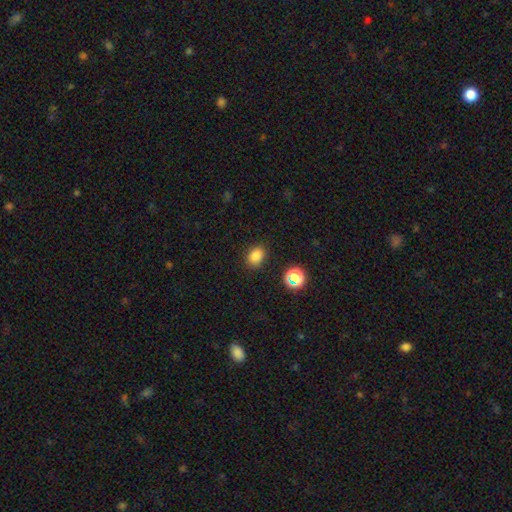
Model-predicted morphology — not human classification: Smooth or featured? smooth (82%)
How rounded? in between (67%)
Merging? none (85%)